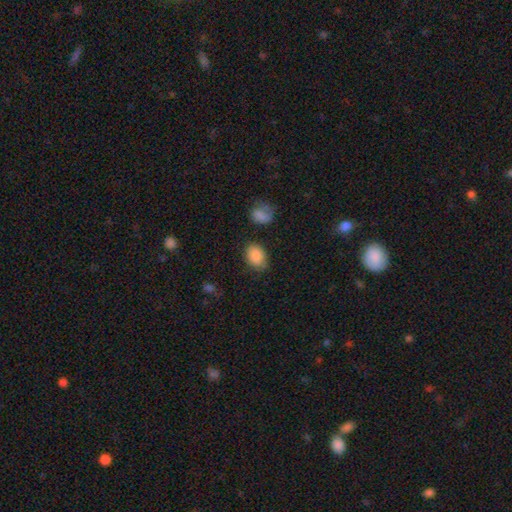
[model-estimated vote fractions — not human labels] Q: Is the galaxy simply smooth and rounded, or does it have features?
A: smooth — 88%.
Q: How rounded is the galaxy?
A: in between — 77%.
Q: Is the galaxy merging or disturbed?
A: none — 77%.